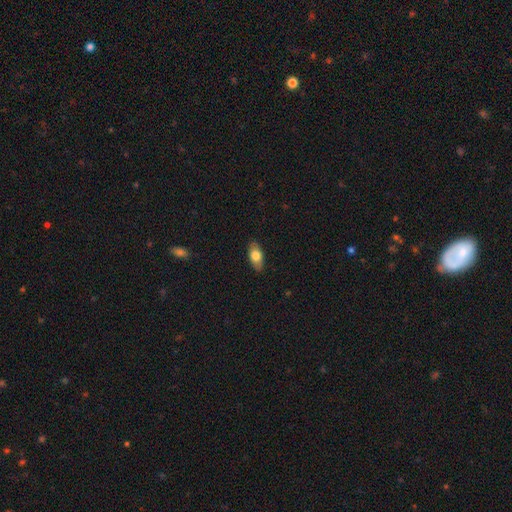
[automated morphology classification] Smooth or featured: smooth — 76% (featured or disk — 18%)
How rounded: in between — 89% (cigar-shaped — 7%)
Merging: none — 87% (minor disturbance — 10%)